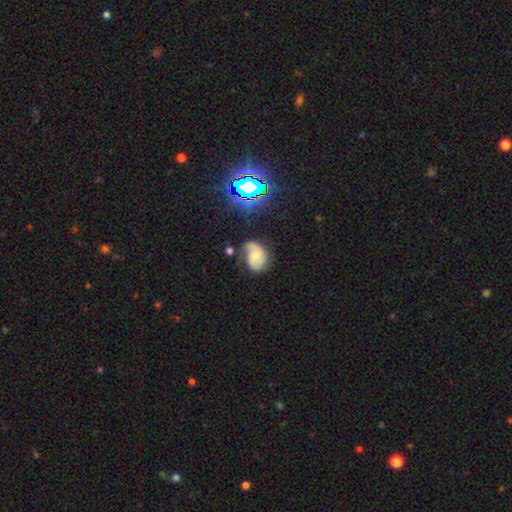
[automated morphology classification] A featured or disk galaxy (64%) with no bar (61%), 2 (72%) medium (46%) spiral arms (92%) and a moderate central bulge (46%).

Vote fractions:
- Smooth or featured? featured or disk: 64% / smooth: 24% / star or artifact: 11%
- Edge-on disk? no: 97% / yes: 3%
- Bar? no: 61% / weak: 33% / strong: 7%
- Spiral arms? yes: 92% / no: 8%
- Spiral winding? medium: 46% / tight: 31% / loose: 22%
- Spiral arm count? 2: 72% / can't tell: 12% / 3: 7% / 1: 6% / 4: 2% / more than 4: 2%
- Bulge size? moderate: 46% / small: 43% / none: 6% / large: 4% / dominant: 1%
- Merging? none: 56% / minor disturbance: 27% / major disturbance: 11% / merger: 6%